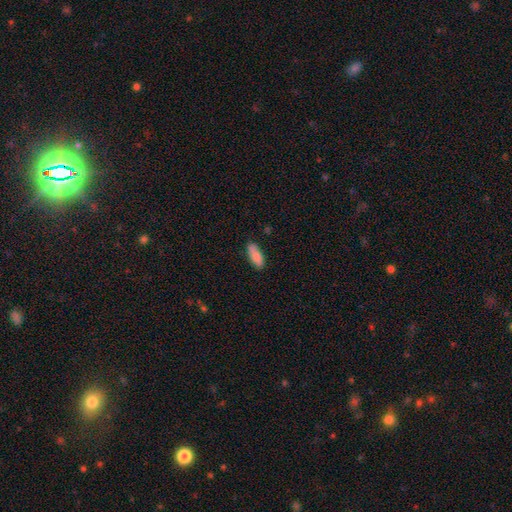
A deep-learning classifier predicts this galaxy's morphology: A smooth galaxy with no disk features (85%) that is in between round and cigar-shaped (73%).

Vote fractions:
- Smooth or featured? smooth: 85% / featured or disk: 9% / star or artifact: 6%
- How rounded? in between: 73% / cigar-shaped: 26% / round: 2%
- Merging? none: 79% / minor disturbance: 16% / major disturbance: 3% / merger: 2%